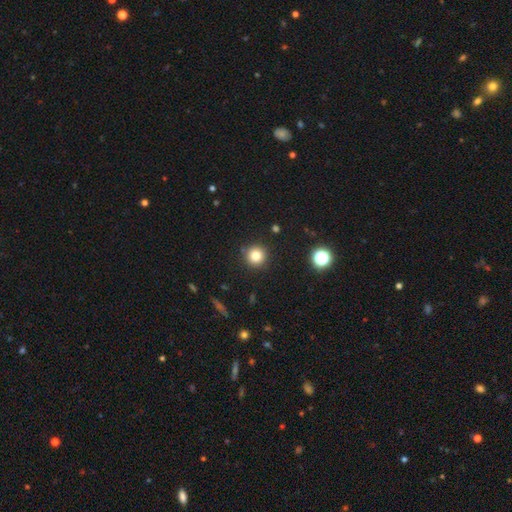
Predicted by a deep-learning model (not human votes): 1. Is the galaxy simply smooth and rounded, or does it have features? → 81% smooth, 13% star or artifact, 6% featured or disk.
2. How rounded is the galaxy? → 95% round, 4% in between, 1% cigar-shaped.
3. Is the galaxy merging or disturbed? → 90% none, 6% minor disturbance, 2% major disturbance, 2% merger.